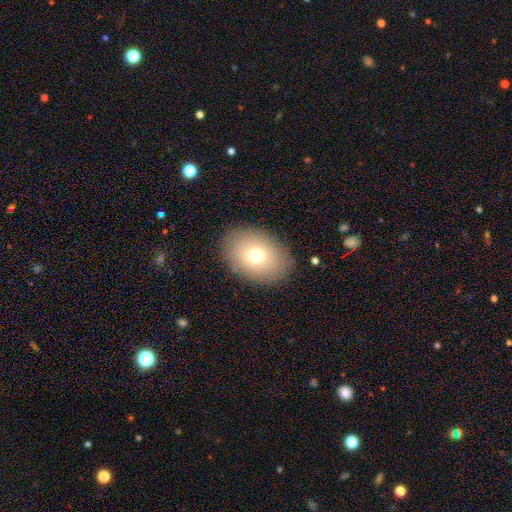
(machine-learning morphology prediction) A smooth galaxy with no disk features (71%) that is in between round and cigar-shaped (78%).

Vote fractions:
- Smooth or featured? smooth: 71% / featured or disk: 19% / star or artifact: 10%
- How rounded? in between: 78% / round: 22% / cigar-shaped: 1%
- Merging? none: 86% / minor disturbance: 9% / major disturbance: 4% / merger: 1%